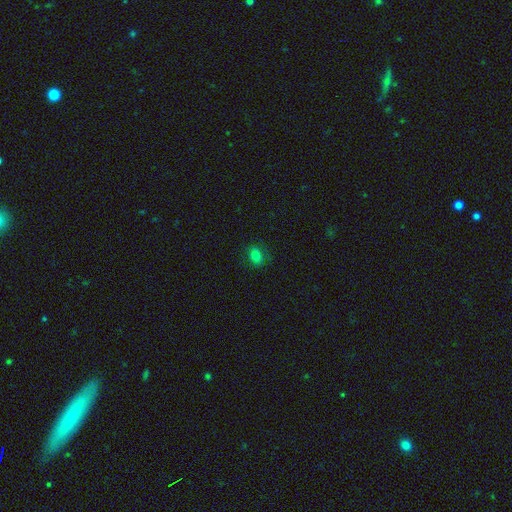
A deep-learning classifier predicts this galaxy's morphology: smooth_or_featured: smooth (p=0.78) [alt: star or artifact p=0.15]
how_rounded: in between (p=0.57) [alt: round p=0.41]
merging: none (p=0.82) [alt: minor disturbance p=0.13]